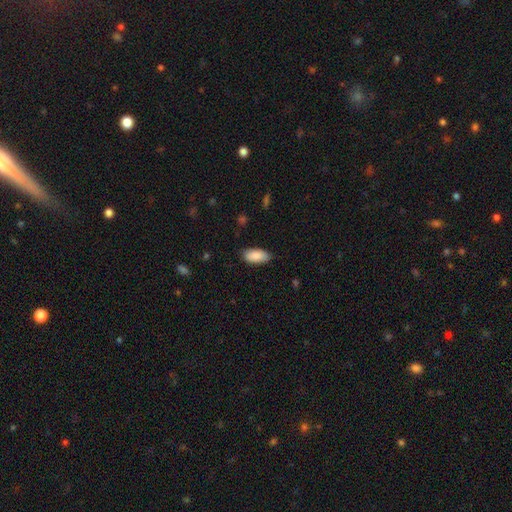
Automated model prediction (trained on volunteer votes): Smooth or featured? Predicted: smooth (p=0.88). How rounded? Predicted: in between (p=0.92). Merging? Predicted: none (p=0.83).